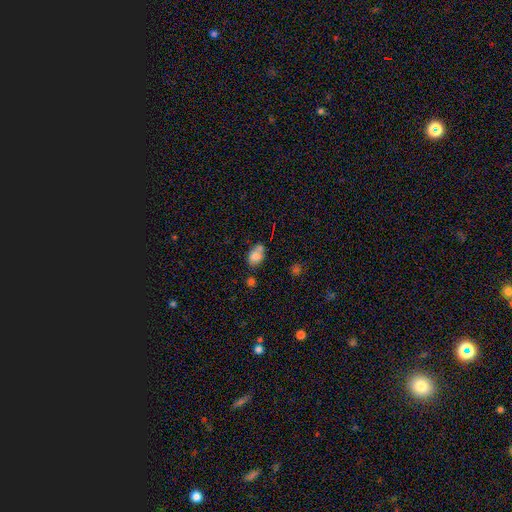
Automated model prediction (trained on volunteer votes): This appears to be a smooth galaxy with no disk features (76%) that is in between round and cigar-shaped (74%). Merging: none (44%).